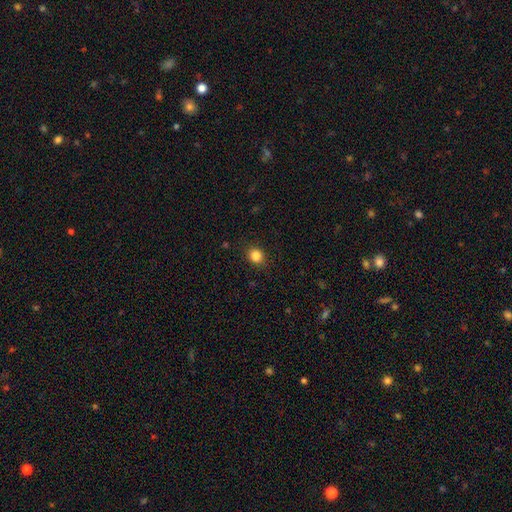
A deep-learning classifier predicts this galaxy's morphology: type=smooth (85%); roundness=round (74%); merging=none (87%).